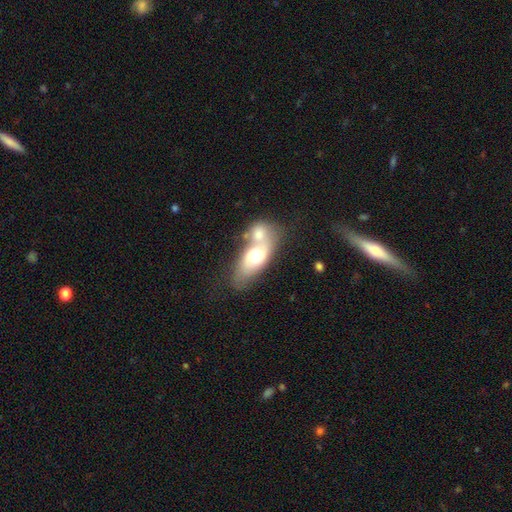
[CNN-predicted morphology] smooth-or-featured: smooth: 57% | featured or disk: 37% | star or artifact: 7%
  how-rounded: in between: 78% | cigar-shaped: 11% | round: 11%
  merging: merger: 69% | none: 17% | minor disturbance: 8% | major disturbance: 6%